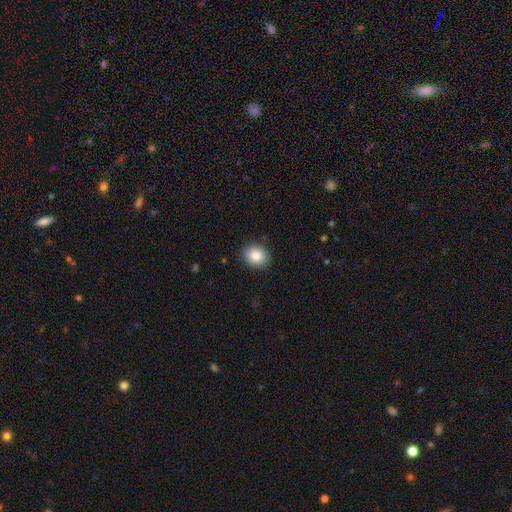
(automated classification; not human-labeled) smooth_or_featured: smooth (p=0.84) [alt: star or artifact p=0.09]
how_rounded: round (p=0.57) [alt: in between p=0.42]
merging: none (p=0.89) [alt: minor disturbance p=0.08]